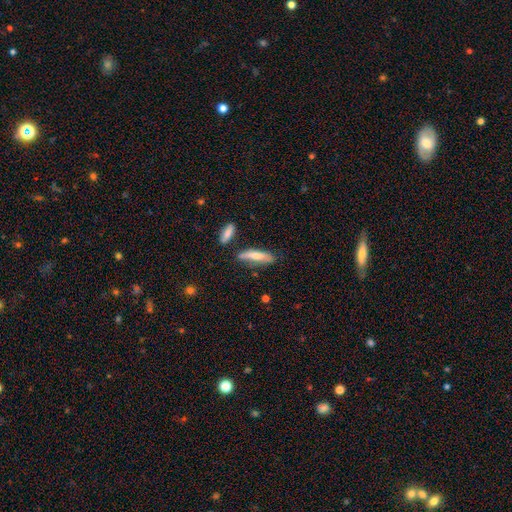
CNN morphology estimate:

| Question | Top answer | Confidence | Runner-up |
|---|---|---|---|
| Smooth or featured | smooth | 69% | featured or disk (24%) |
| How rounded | cigar-shaped | 69% | in between (30%) |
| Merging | none | 62% | minor disturbance (23%) |